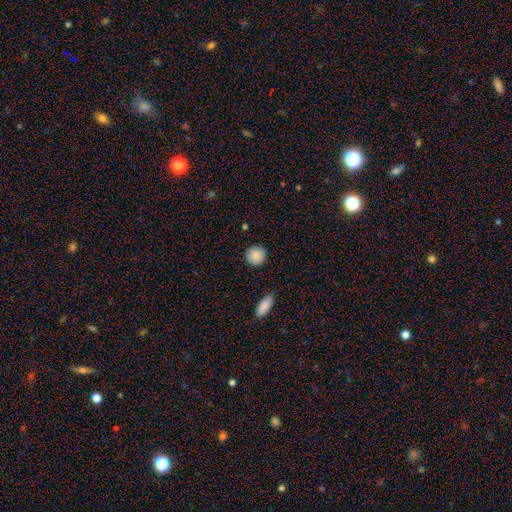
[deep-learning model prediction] The model was most divided on "smooth or featured": smooth: 88%, star or artifact: 7%, featured or disk: 4%. More confident: how rounded — round (93%); merging — none (90%).